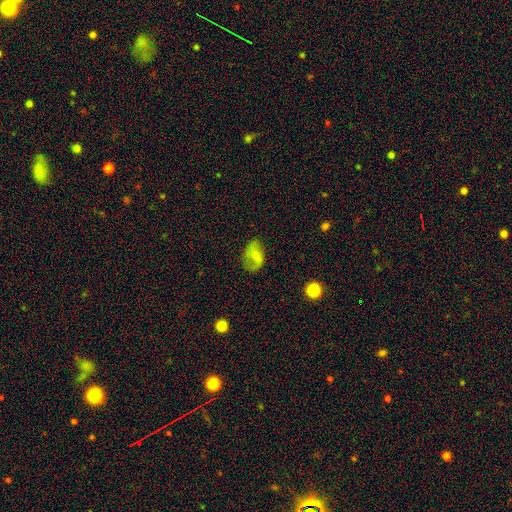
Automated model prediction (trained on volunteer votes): smooth_or_featured: smooth (p=0.48) [alt: featured or disk p=0.42]
merging: none (p=0.60) [alt: minor disturbance p=0.24]